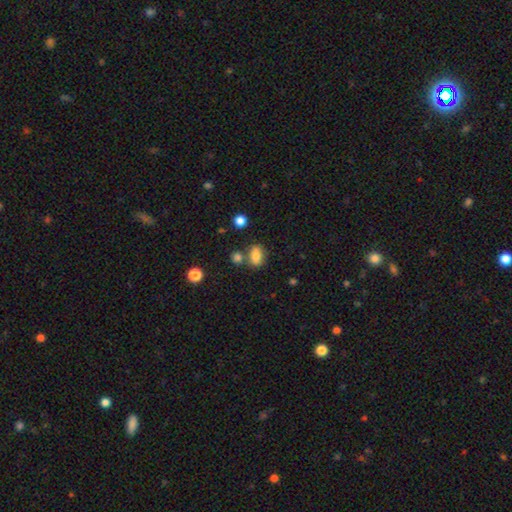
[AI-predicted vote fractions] smooth-or-featured: smooth: 82% | star or artifact: 10% | featured or disk: 8%
  how-rounded: in between: 79% | round: 17% | cigar-shaped: 4%
  merging: none: 67% | merger: 15% | minor disturbance: 14% | major disturbance: 4%